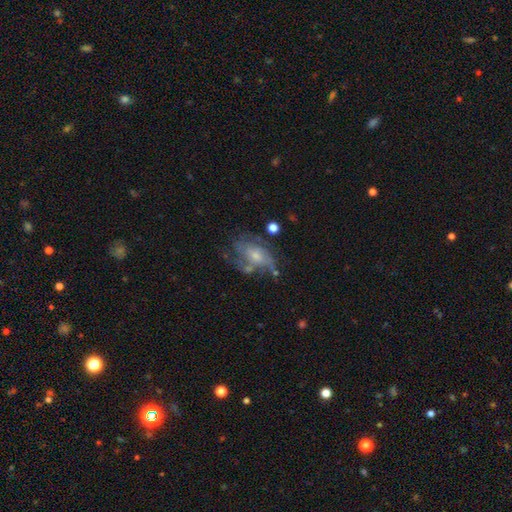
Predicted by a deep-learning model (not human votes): Smooth or featured? Predicted: featured or disk (p=0.61). Edge-on disk? Predicted: no (p=0.96). Bar? Predicted: no (p=0.71). Spiral arms? Predicted: yes (p=0.62). Bulge size? Predicted: small (p=0.52). Merging? Predicted: none (p=0.41).